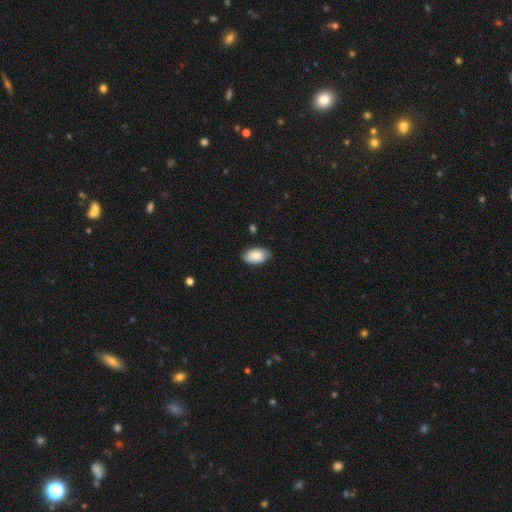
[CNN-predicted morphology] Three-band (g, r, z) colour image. It shows a smooth galaxy with no disk features (84%) that is in between round and cigar-shaped (94%). Merging: none (82%).